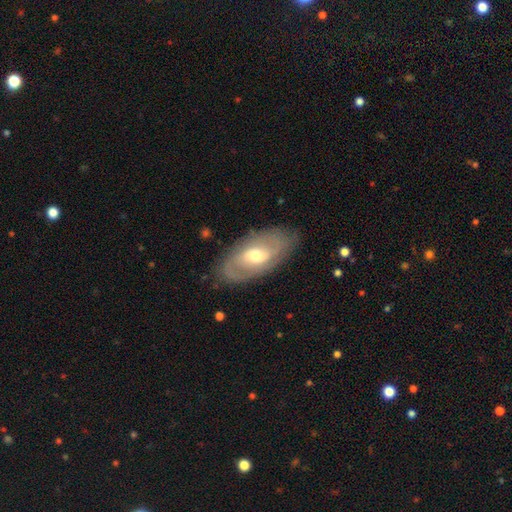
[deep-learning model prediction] featured or disk 66%, smooth 29%, star or artifact 6%. Down the decision tree: edge-on disk — no (90%); bar — no (47%); spiral arms — yes (70%); bulge size — moderate (67%); merging — none (80%).